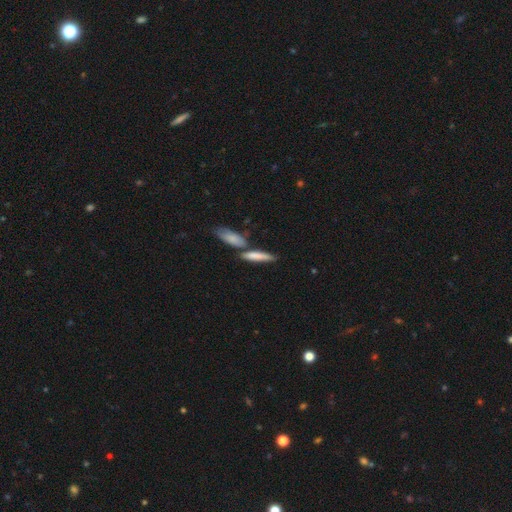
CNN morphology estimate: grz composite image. It shows a smooth galaxy with no disk features (74%) that is cigar-shaped (75%). Merging: none (56%).